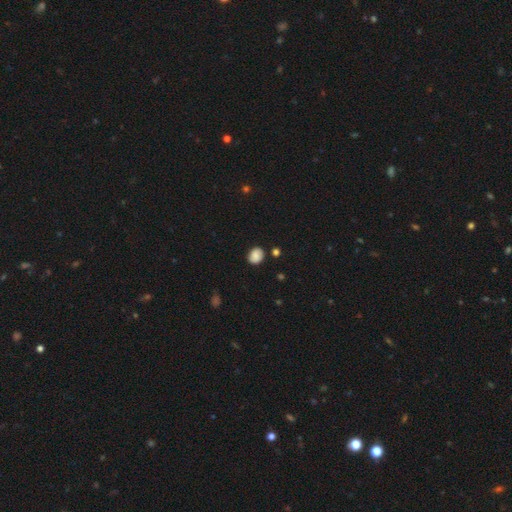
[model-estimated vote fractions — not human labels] The model was most divided on "how rounded": round: 61%, in between: 38%, cigar-shaped: 1%. More confident: smooth or featured — smooth (83%); merging — none (81%).